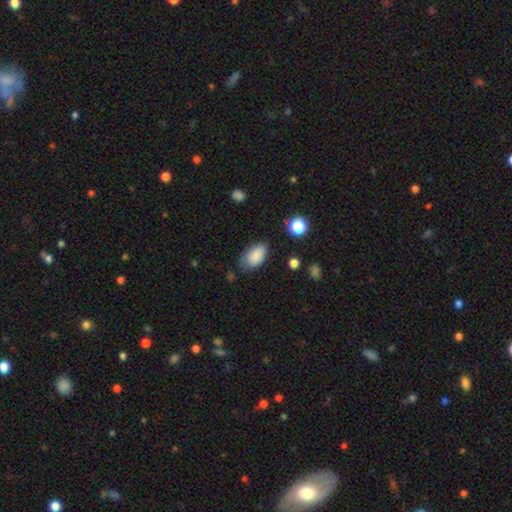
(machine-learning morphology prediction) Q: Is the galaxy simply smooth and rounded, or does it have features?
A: smooth — 85%.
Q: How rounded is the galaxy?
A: in between — 93%.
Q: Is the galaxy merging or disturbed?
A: none — 62%.